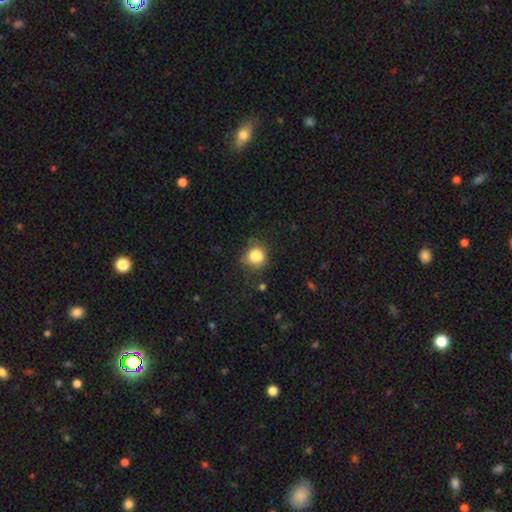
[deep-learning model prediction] This appears to be a smooth galaxy with no disk features (84%) that is round (79%). Merging: none (69%).